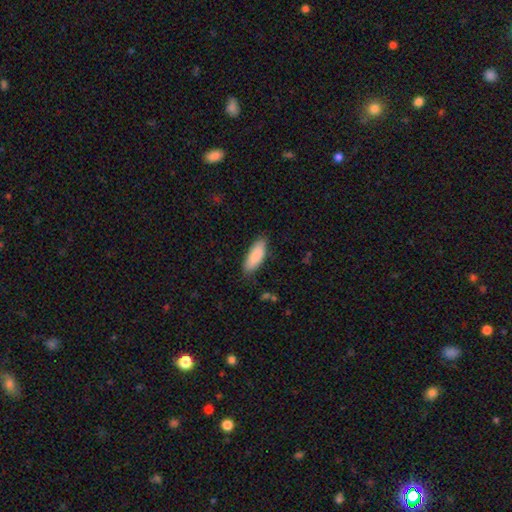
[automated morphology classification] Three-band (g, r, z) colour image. It shows a smooth galaxy with no disk features (88%) that is in between round and cigar-shaped (72%). Merging: none (81%).